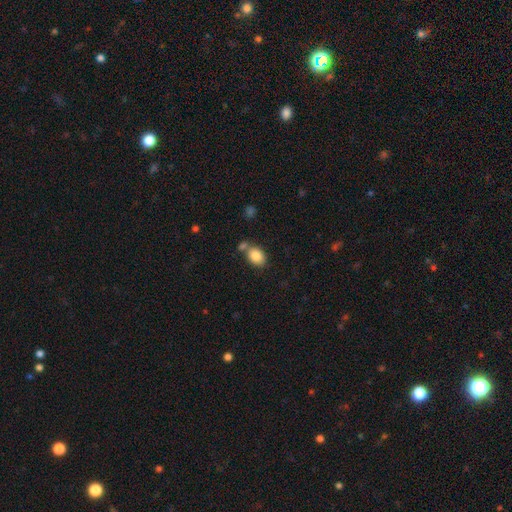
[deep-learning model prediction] Overall: smooth (86%). How rounded: in between (72%). Merging: none (62%).